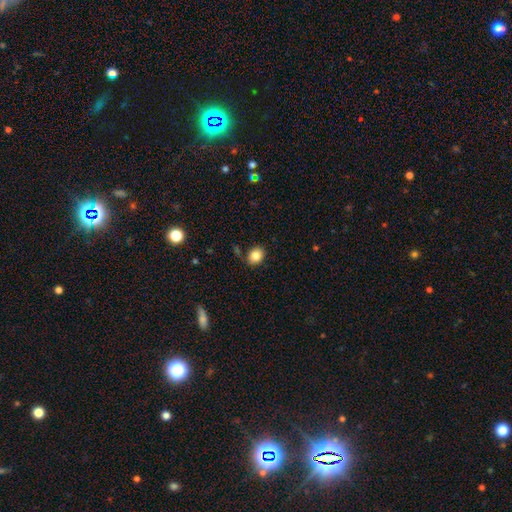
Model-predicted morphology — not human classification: Q: Smooth or featured?
A: smooth (84%); runner-up: star or artifact (10%)
Q: How rounded?
A: in between (50%); runner-up: round (49%)
Q: Merging?
A: none (81%); runner-up: minor disturbance (13%)